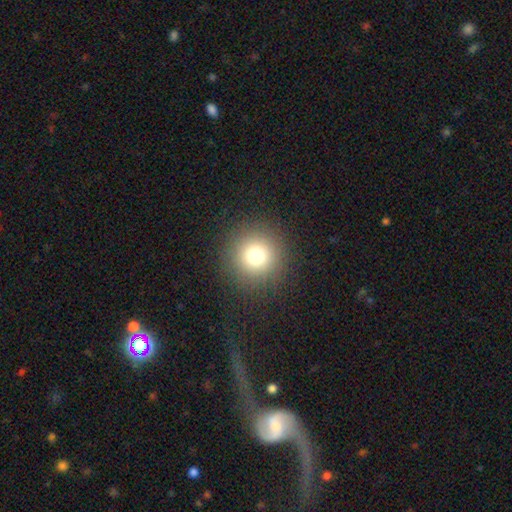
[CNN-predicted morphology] smooth-or-featured: smooth: 75% | star or artifact: 17% | featured or disk: 8%
  how-rounded: round: 96% | in between: 3% | cigar-shaped: 1%
  merging: none: 90% | minor disturbance: 6% | major disturbance: 3% | merger: 1%